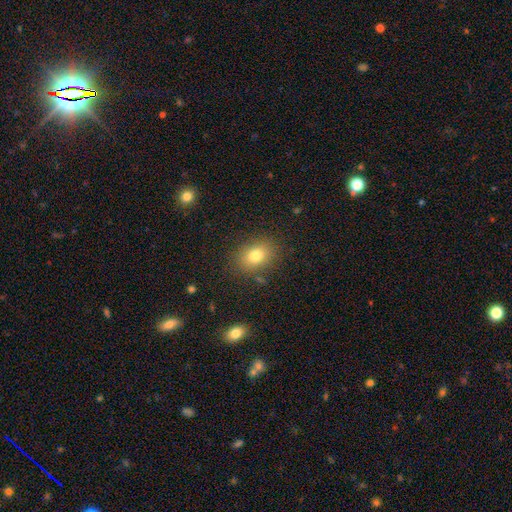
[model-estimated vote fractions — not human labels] Morphology: type=smooth (79%); roundness=in between (66%); merging=none (83%).